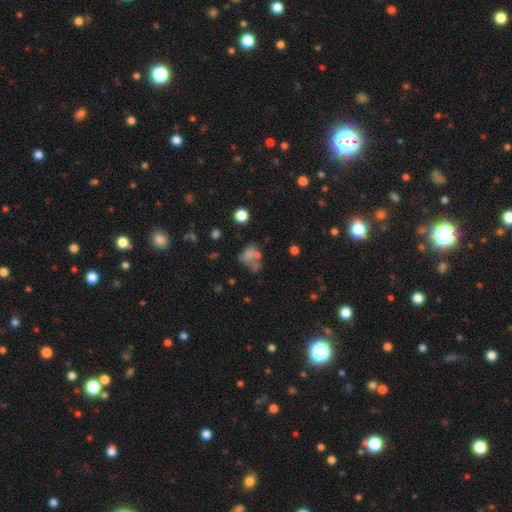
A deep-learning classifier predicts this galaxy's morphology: Smooth or featured?
  - smooth: 52% *
  - star or artifact: 28%
  - featured or disk: 20%
How rounded?
  - in between: 54% *
  - round: 44%
  - cigar-shaped: 2%
Merging?
  - none: 38% *
  - merger: 28%
  - minor disturbance: 18%
  - major disturbance: 17%